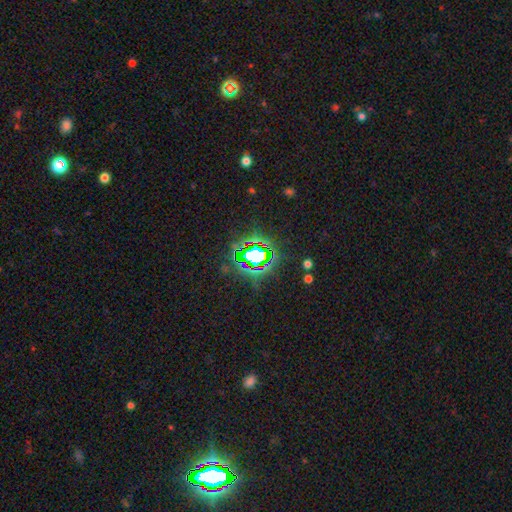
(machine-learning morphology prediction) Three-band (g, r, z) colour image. It shows a star or artifact, not a galaxy (73%).